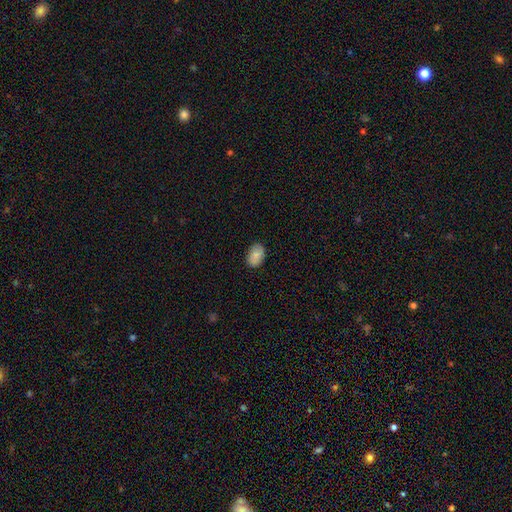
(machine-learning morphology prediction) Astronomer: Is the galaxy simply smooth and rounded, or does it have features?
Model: smooth — 85%.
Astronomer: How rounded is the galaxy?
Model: in between — 90%.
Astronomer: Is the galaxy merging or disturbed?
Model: none — 86%.